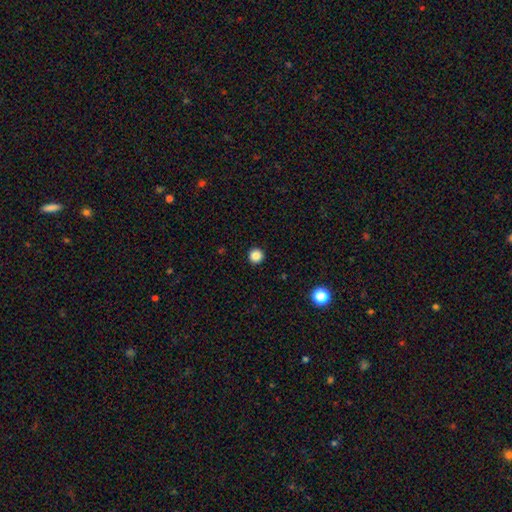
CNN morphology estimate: smooth-or-featured: smooth: 86% | star or artifact: 11% | featured or disk: 3%
  how-rounded: round: 96% | in between: 3% | cigar-shaped: 1%
  merging: none: 94% | minor disturbance: 4% | major disturbance: 1% | merger: 1%